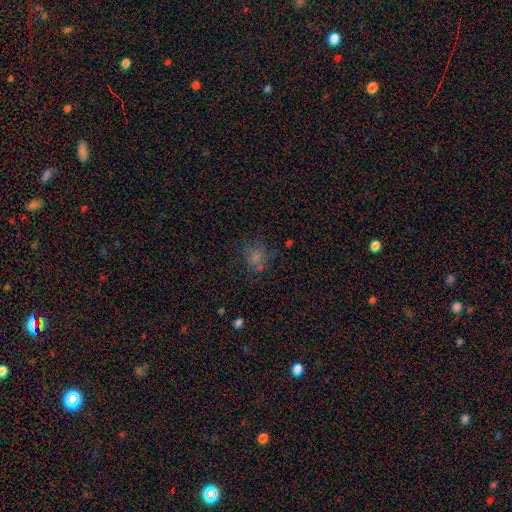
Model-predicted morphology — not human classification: type=smooth (58%); roundness=round (68%); merging=none (63%).